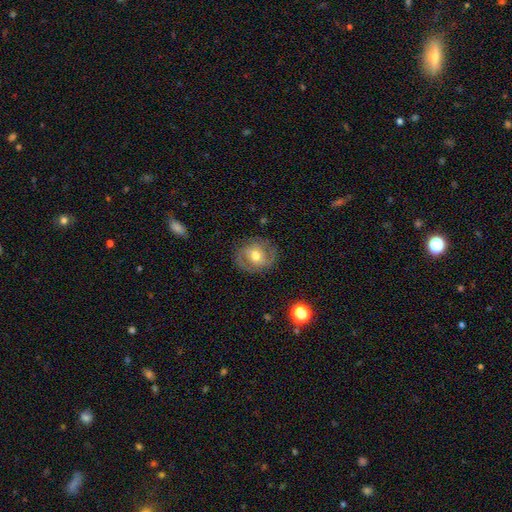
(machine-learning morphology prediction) smooth_or_featured: featured or disk (p=0.57) [alt: smooth p=0.35]
disk_edge_on: no (p=0.96) [alt: yes p=0.04]
bar: no (p=0.58) [alt: weak p=0.32]
has_spiral_arms: yes (p=0.69) [alt: no p=0.31]
bulge_size: moderate (p=0.74) [alt: small p=0.14]
merging: none (p=0.76) [alt: minor disturbance p=0.15]